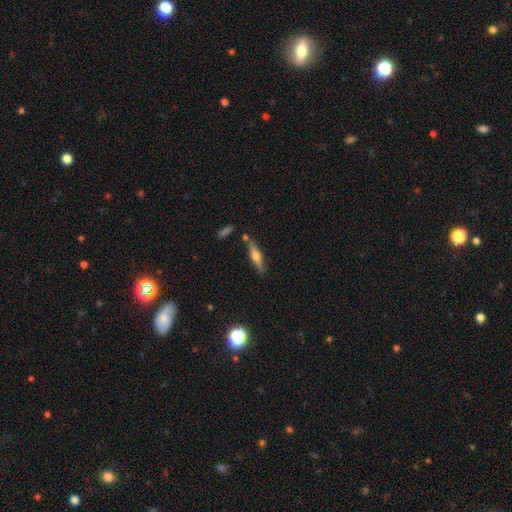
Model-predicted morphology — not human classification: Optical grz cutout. It shows a featured or disk galaxy (53%) viewed edge-on (93%). Merging: none (79%).